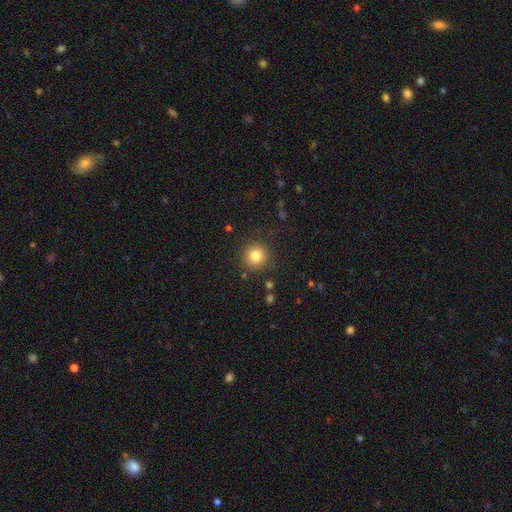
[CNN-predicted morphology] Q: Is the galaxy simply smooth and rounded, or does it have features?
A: smooth — 82%.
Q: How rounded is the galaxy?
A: round — 94%.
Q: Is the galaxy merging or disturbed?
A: none — 89%.